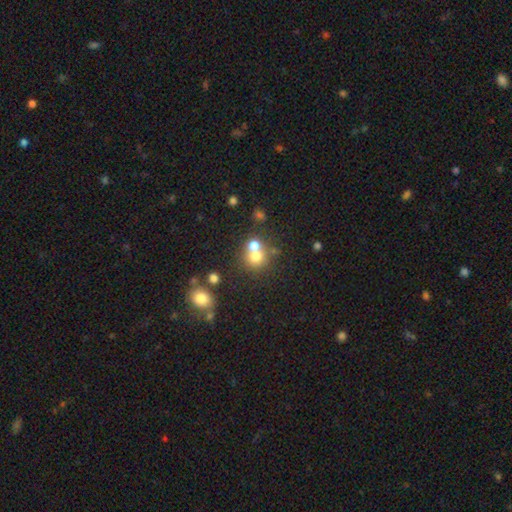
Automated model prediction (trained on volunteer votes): The model was most divided on "merging": none: 46%, merger: 44%, minor disturbance: 7%, major disturbance: 4%. More confident: how rounded — round (86%); smooth or featured — smooth (71%).